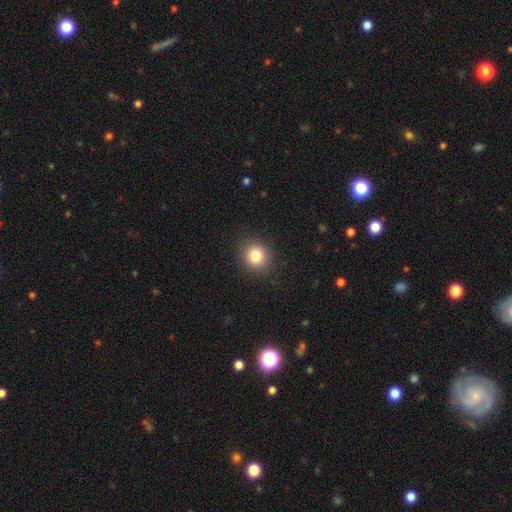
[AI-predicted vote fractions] smooth-or-featured: smooth: 83% | star or artifact: 11% | featured or disk: 6%
  how-rounded: round: 83% | in between: 16% | cigar-shaped: 1%
  merging: none: 89% | minor disturbance: 7% | major disturbance: 2% | merger: 1%